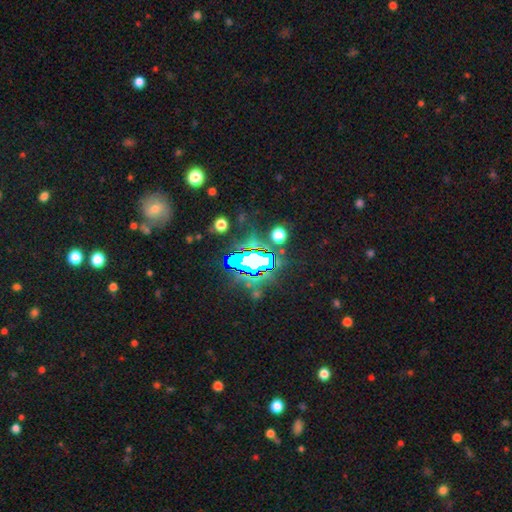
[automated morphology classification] smooth_or_featured: star or artifact (p=0.68) [alt: smooth p=0.18]